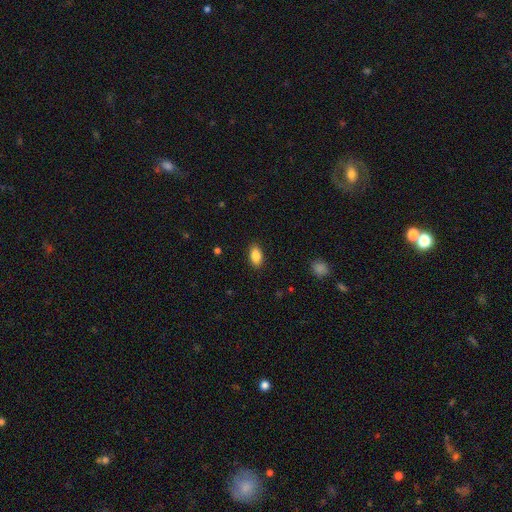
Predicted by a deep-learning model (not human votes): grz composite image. It shows a smooth galaxy with no disk features (87%) that is in between round and cigar-shaped (91%). Merging: none (88%).